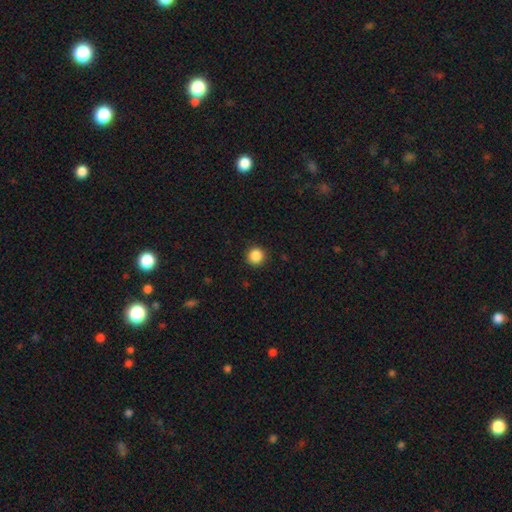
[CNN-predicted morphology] This is clearly a smooth galaxy (87%). How rounded: clearly round (95%). Merging: clearly none (91%).